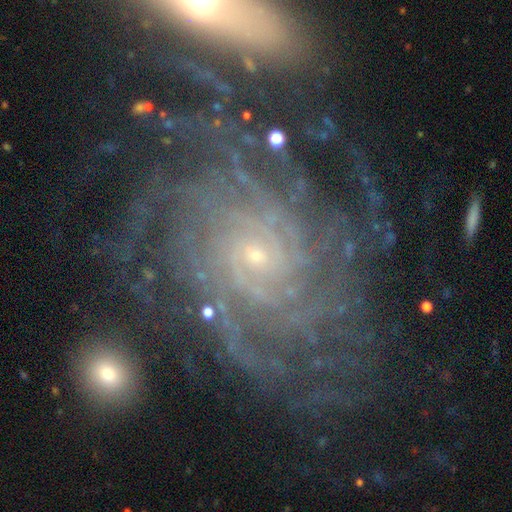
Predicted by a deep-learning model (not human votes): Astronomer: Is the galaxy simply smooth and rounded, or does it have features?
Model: featured or disk — 89%.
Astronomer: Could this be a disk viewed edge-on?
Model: no — 96%.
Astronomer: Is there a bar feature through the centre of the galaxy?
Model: no — 72%.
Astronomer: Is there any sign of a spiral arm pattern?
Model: yes — 97%.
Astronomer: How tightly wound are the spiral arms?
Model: tight — 72%.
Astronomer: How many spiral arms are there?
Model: can't tell — 26% (runner-up: more than 4, 25%).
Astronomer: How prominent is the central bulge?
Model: small — 83%.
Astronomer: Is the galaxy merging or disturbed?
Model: none — 66%.